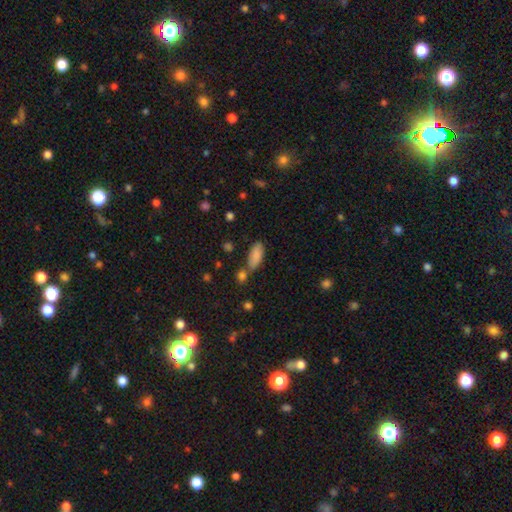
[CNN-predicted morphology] This appears to be a smooth galaxy with no disk features (84%) that is in between round and cigar-shaped (79%). Merging: none (59%).